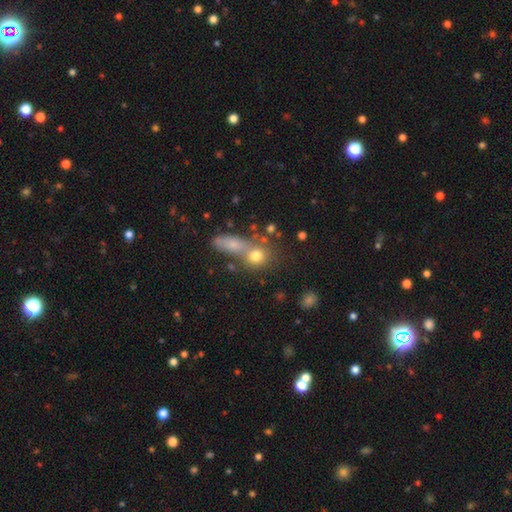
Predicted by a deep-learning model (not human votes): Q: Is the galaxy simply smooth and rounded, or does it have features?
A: smooth — 73%.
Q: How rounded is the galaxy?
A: round — 72%.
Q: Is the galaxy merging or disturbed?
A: none — 47%.